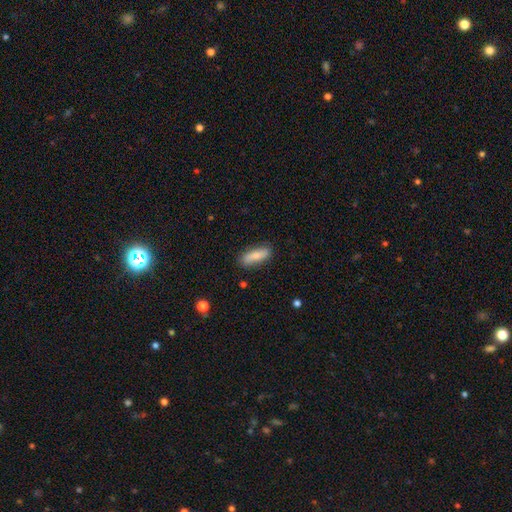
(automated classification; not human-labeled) Overall: smooth (74%). How rounded: in between (51%; cigar-shaped 47%). Merging: none (83%).